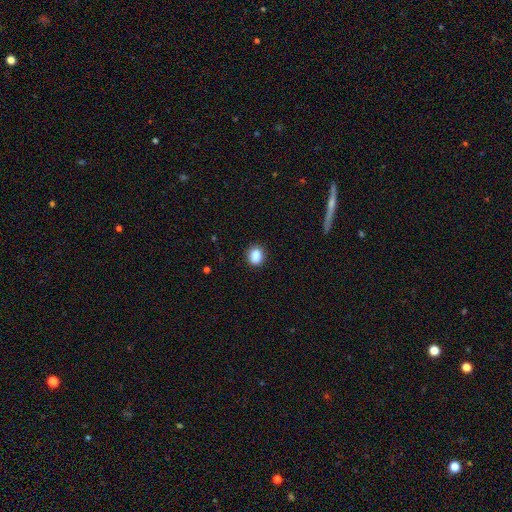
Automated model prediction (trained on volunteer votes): Smooth or featured: smooth — 88% (star or artifact — 9%)
How rounded: round — 54% (in between — 44%)
Merging: none — 86% (minor disturbance — 10%)